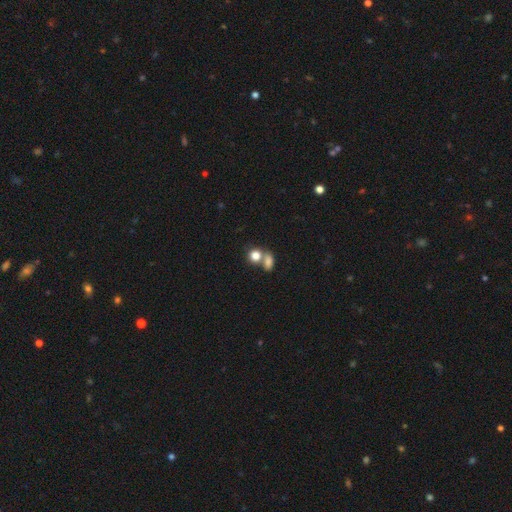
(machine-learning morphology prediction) Q: Smooth or featured?
A: smooth (81%); runner-up: star or artifact (11%)
Q: How rounded?
A: round (67%); runner-up: in between (31%)
Q: Merging?
A: merger (47%); runner-up: none (40%)